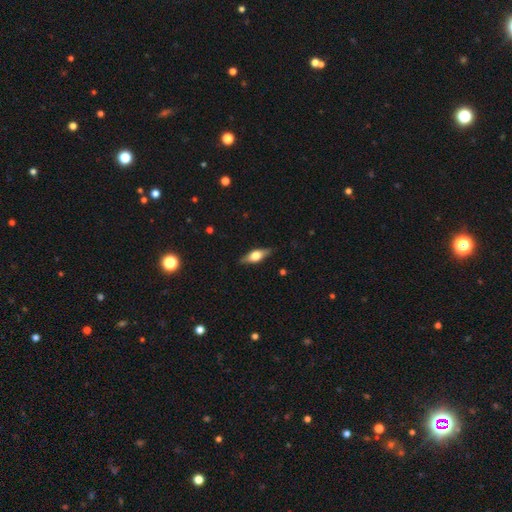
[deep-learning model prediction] Smooth or featured? featured or disk (49%)
Merging? none (85%)